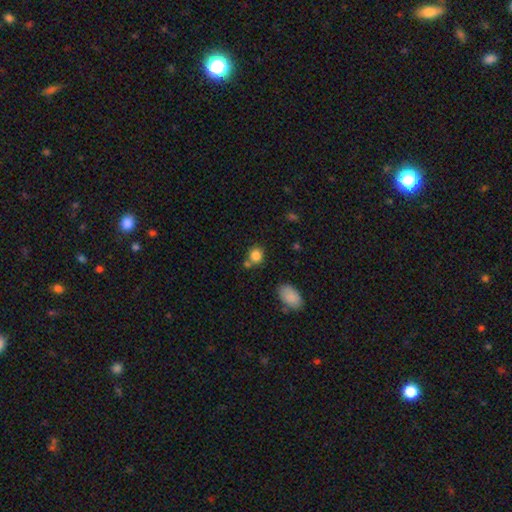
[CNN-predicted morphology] Smooth or featured? smooth (83%)
How rounded? round (77%)
Merging? none (64%)